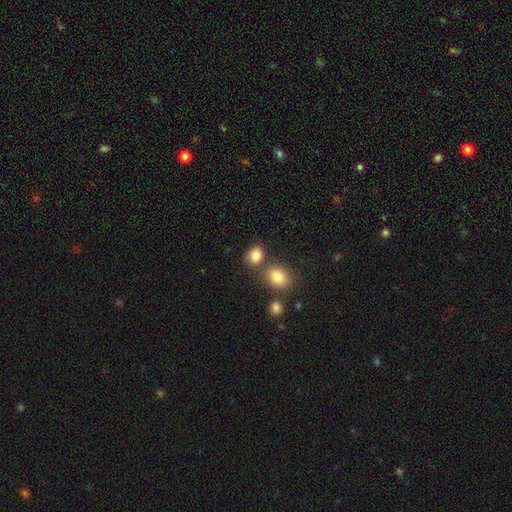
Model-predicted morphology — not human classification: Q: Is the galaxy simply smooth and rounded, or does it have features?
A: smooth — 84%.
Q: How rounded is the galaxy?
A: in between — 51%.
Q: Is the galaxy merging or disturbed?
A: none — 62%.